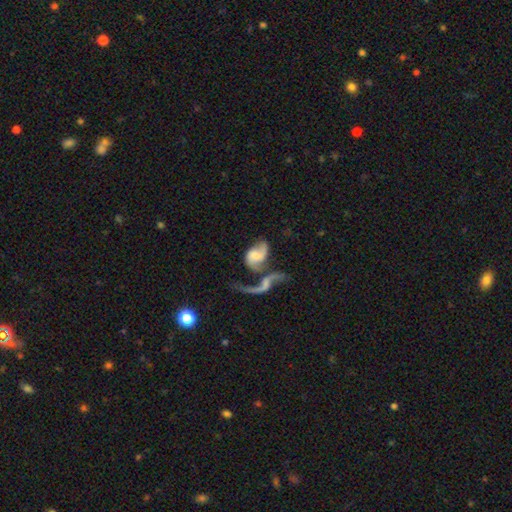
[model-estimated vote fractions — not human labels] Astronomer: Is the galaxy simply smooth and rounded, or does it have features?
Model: featured or disk — 64%.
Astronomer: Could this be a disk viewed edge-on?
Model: no — 96%.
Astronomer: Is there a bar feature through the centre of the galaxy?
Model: no — 59%.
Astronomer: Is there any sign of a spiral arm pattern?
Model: yes — 80%.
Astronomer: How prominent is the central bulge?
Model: small — 34% (runner-up: moderate, 30%).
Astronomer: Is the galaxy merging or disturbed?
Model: merger — 62%.